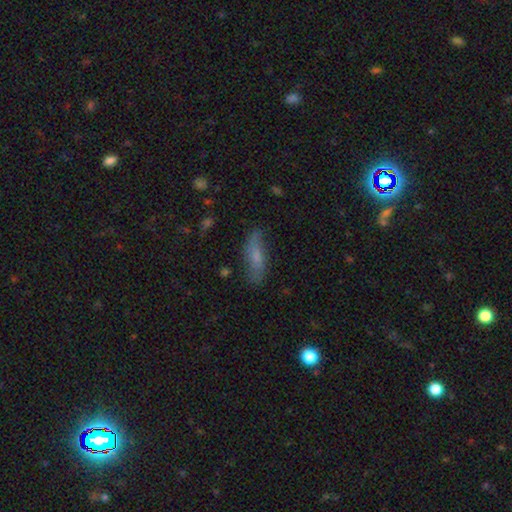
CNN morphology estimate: The model was most divided on "how rounded": cigar-shaped: 52%, in between: 45%, round: 3%. More confident: merging — none (74%); smooth or featured — smooth (62%).